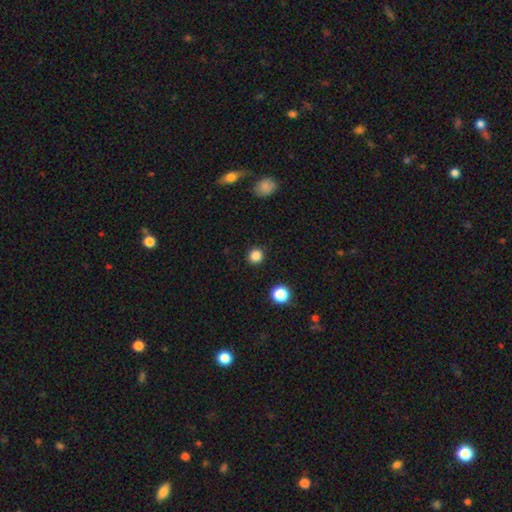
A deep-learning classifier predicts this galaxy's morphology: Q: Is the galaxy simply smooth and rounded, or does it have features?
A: smooth — 85%.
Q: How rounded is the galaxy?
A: round — 92%.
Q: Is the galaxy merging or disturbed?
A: none — 91%.